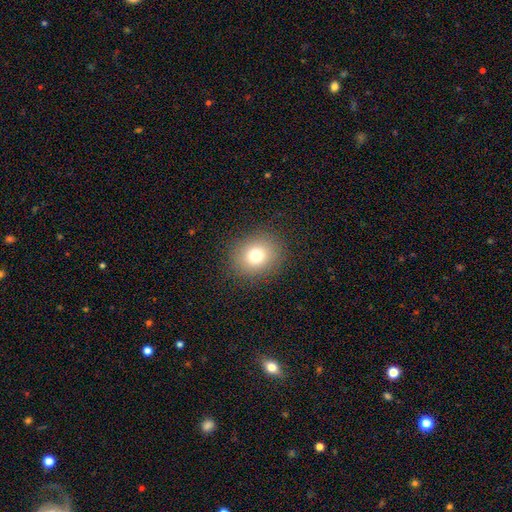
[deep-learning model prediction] Smooth or featured? smooth (76%)
How rounded? round (68%)
Merging? none (87%)